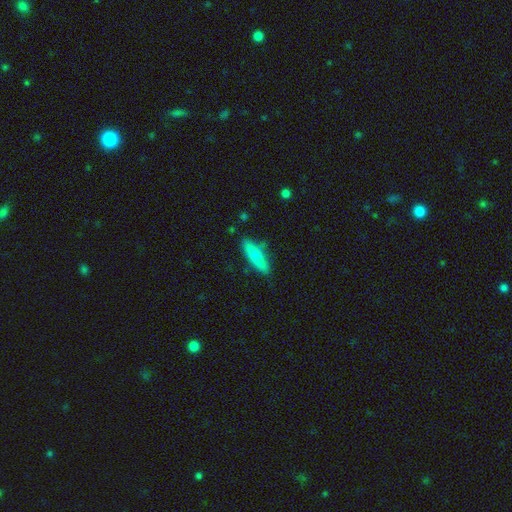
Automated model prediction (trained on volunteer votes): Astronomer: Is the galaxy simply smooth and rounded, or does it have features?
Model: smooth — 67%.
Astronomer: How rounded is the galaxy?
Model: cigar-shaped — 70%.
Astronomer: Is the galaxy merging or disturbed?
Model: none — 79%.